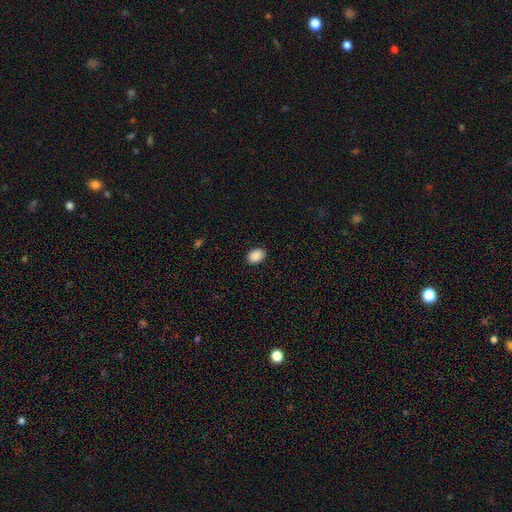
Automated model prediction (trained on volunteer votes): Overall: smooth (90%). How rounded: in between (80%). Merging: none (89%).